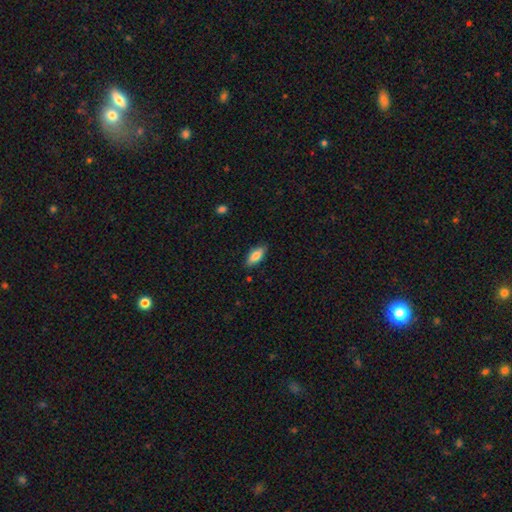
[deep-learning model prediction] Smooth or featured: smooth — 82% (featured or disk — 12%)
How rounded: in between — 81% (cigar-shaped — 17%)
Merging: none — 85% (minor disturbance — 11%)